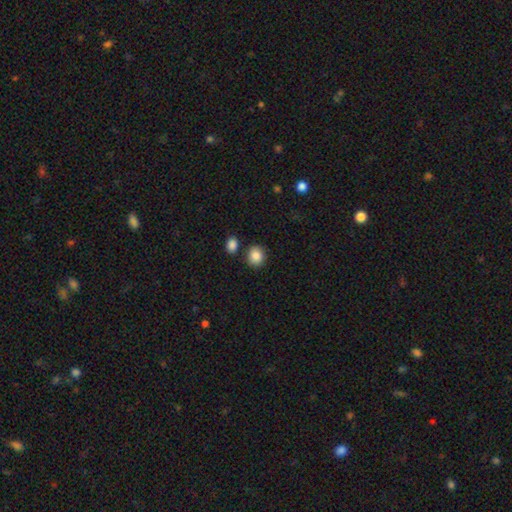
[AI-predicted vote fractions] A smooth galaxy with no disk features (87%) that is round (75%). Merging: none (82%).